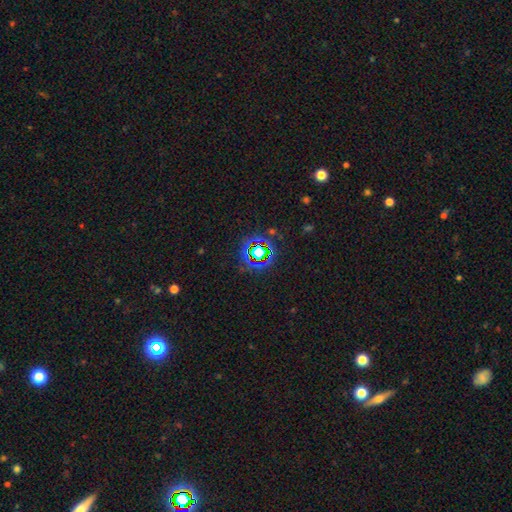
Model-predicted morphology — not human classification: This is likely a star or artifact rather than a galaxy (70%).